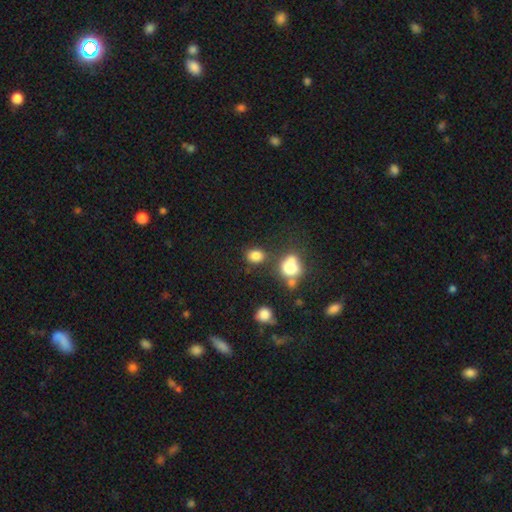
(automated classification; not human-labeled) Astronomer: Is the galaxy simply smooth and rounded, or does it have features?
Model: smooth — 81%.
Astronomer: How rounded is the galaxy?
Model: in between — 54% (runner-up: round, 45%).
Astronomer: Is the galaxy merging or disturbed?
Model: none — 70%.